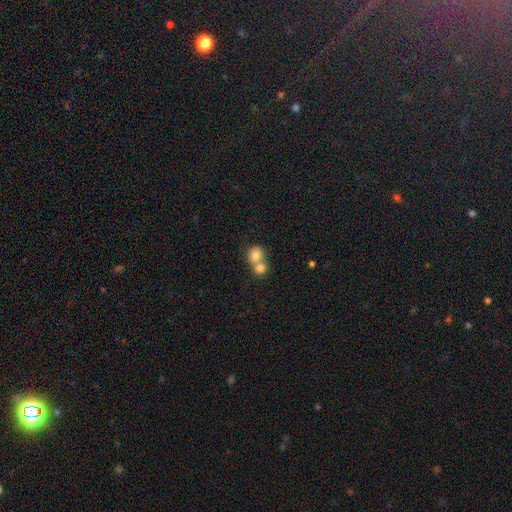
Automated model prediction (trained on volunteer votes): A smooth galaxy with no disk features (76%) that is round (77%).

Vote fractions:
- Smooth or featured? smooth: 76% / featured or disk: 14% / star or artifact: 9%
- How rounded? round: 77% / in between: 22% / cigar-shaped: 1%
- Merging? merger: 66% / none: 28% / minor disturbance: 5% / major disturbance: 2%